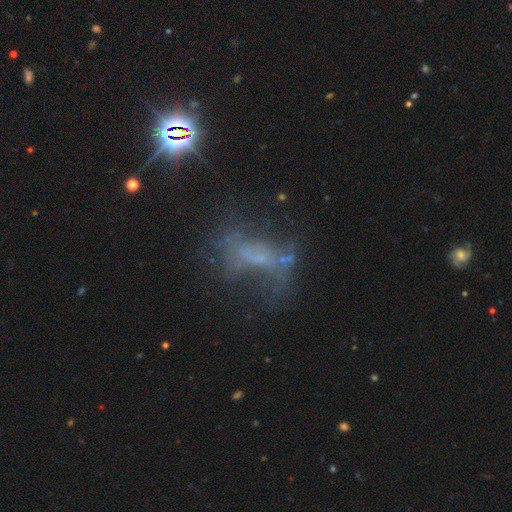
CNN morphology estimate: This is marginally a featured or disk galaxy (45%). Merging: marginally none (39%).